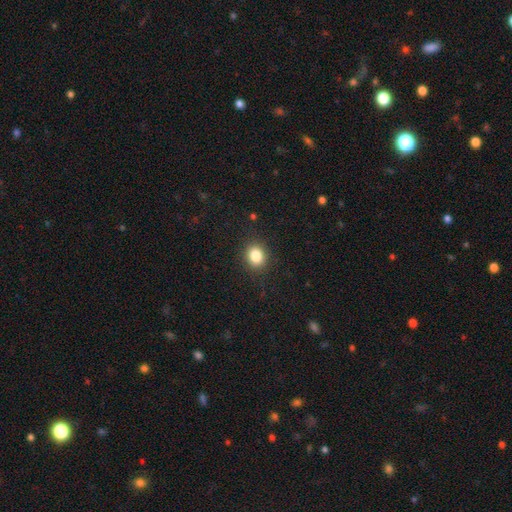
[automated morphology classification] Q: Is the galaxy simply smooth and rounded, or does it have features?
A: smooth — 84%.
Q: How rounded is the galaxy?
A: round — 58%.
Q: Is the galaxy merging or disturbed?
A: none — 87%.